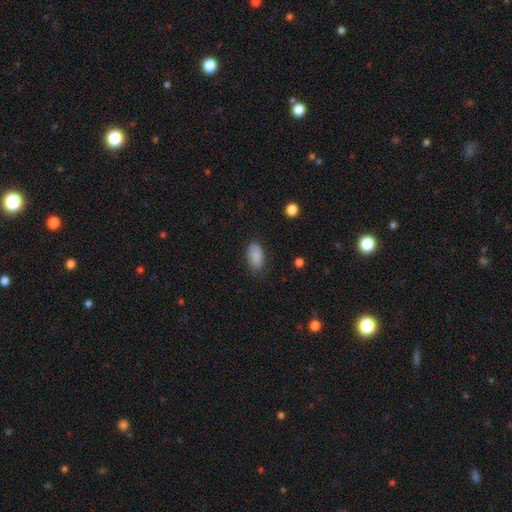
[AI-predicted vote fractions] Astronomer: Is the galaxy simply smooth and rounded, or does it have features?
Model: smooth — 87%.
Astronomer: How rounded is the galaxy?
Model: in between — 93%.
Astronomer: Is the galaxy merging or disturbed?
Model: none — 74%.